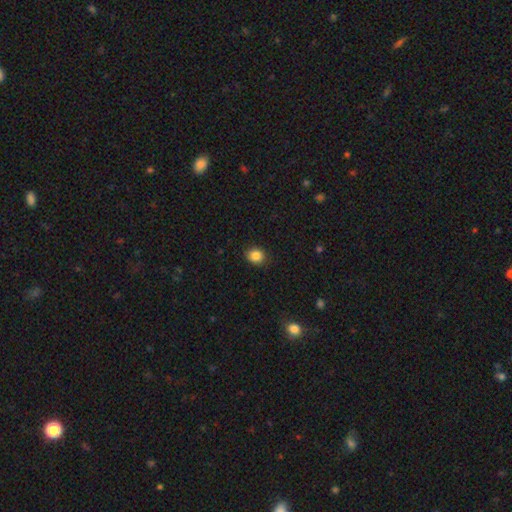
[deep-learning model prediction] Smooth or featured: smooth — 86% (star or artifact — 10%)
How rounded: round — 71% (in between — 28%)
Merging: none — 86% (minor disturbance — 11%)